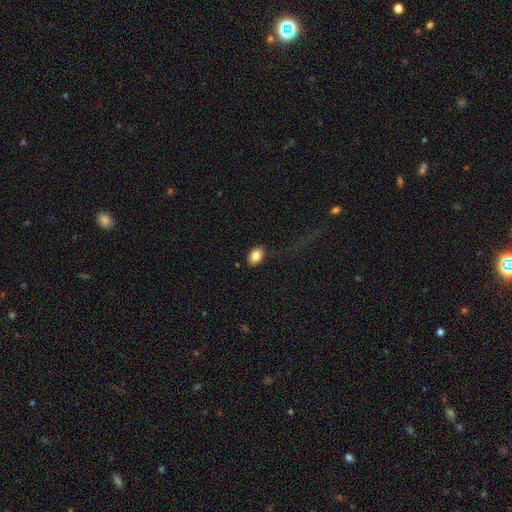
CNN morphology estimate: Smooth or featured? Predicted: smooth (p=0.83). How rounded? Predicted: in between (p=0.79). Merging? Predicted: none (p=0.85).